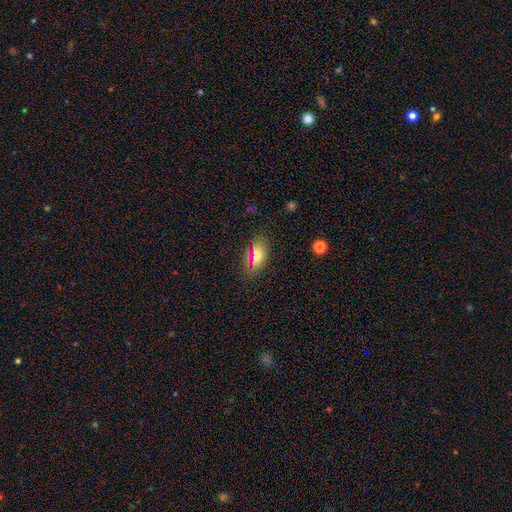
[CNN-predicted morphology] This is likely a smooth galaxy (71%). How rounded: clearly in between (88%). Merging: clearly none (84%).